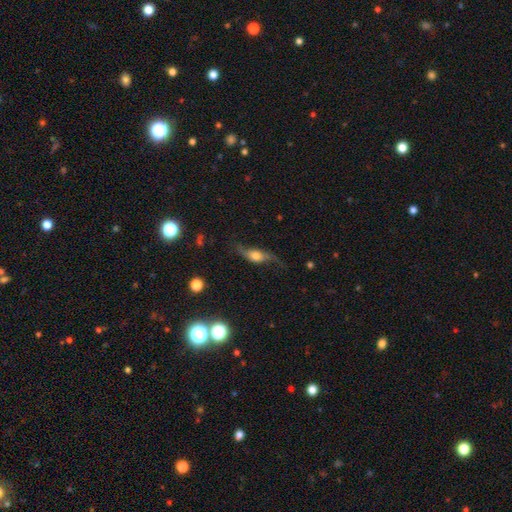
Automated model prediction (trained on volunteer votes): The model was most divided on "merging": none: 59%, minor disturbance: 23%, major disturbance: 16%, merger: 2%. More confident: edge-on disk — no (71%); smooth or featured — featured or disk (65%).